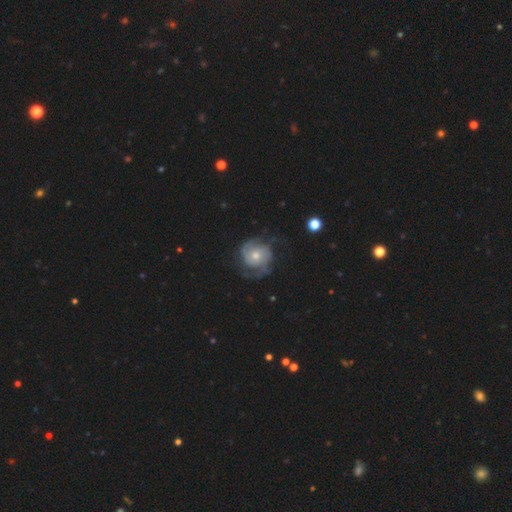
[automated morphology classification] This appears to be a featured or disk galaxy (82%) with no bar (76%), 2 (61%) tight (46%) spiral arms (94%) and a moderate central bulge (55%). Merging: none (64%).